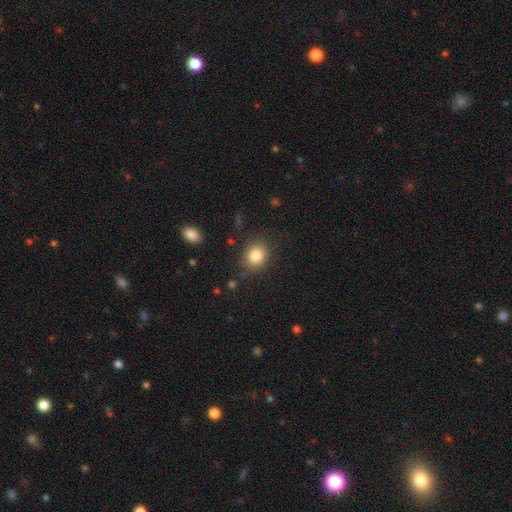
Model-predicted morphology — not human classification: Smooth or featured? smooth (83%)
How rounded? round (63%)
Merging? none (83%)